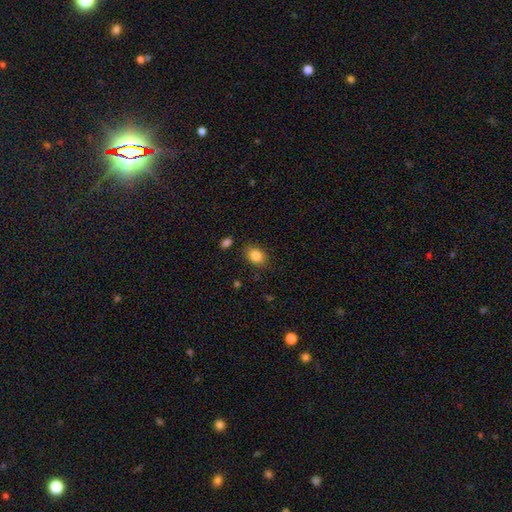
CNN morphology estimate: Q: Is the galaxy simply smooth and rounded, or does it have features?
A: smooth — 84%.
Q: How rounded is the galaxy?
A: in between — 67%.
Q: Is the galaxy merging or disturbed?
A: none — 84%.